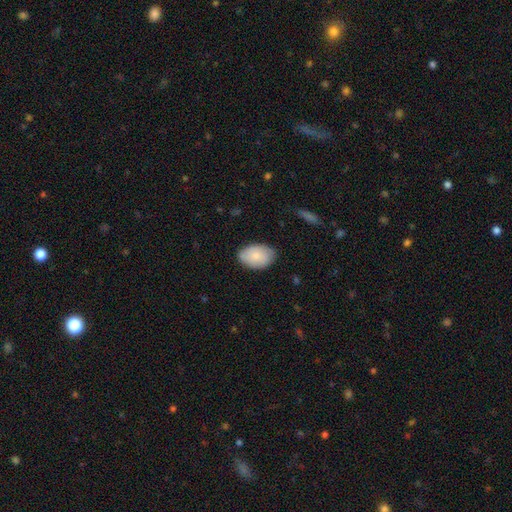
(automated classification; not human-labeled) Smooth or featured? smooth (82%)
How rounded? in between (89%)
Merging? none (80%)